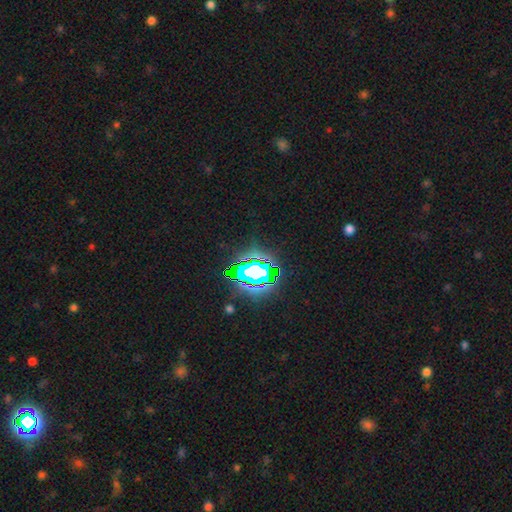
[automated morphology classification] Overall: star or artifact (82%).